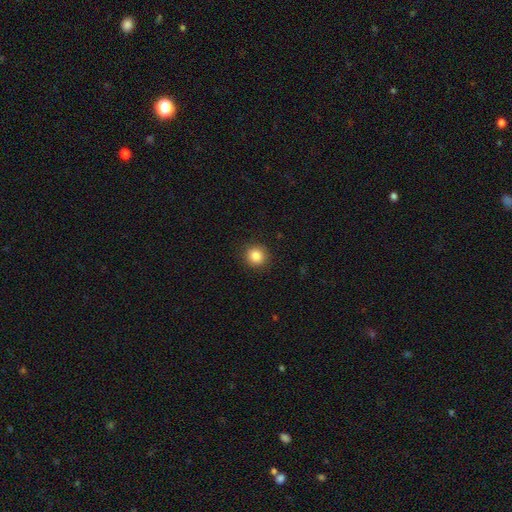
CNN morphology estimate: Overall: smooth (86%). How rounded: round (91%). Merging: none (91%).